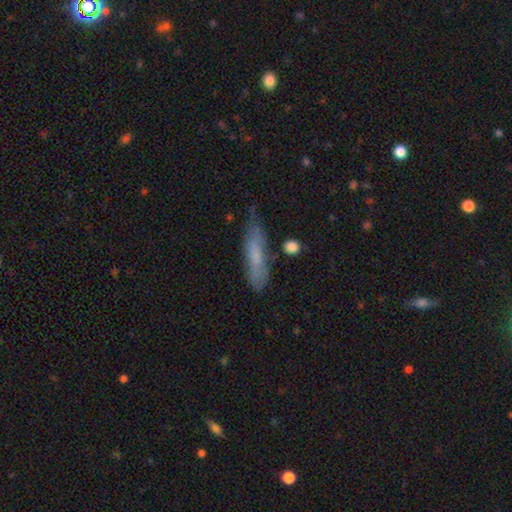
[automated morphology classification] type=smooth (63%); roundness=cigar-shaped (76%); merging=none (64%).